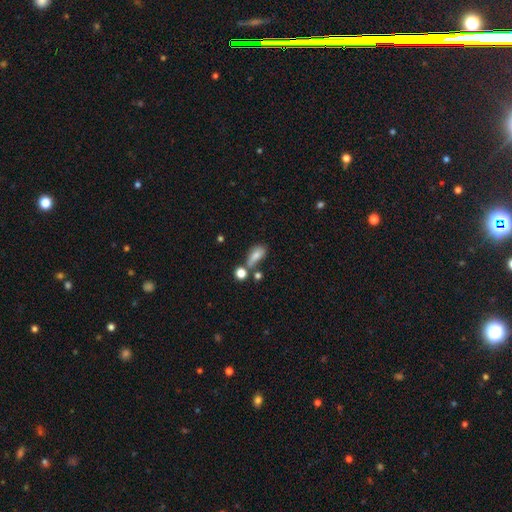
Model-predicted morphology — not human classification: Smooth or featured?
  - smooth: 72% *
  - featured or disk: 17%
  - star or artifact: 11%
How rounded?
  - in between: 78% *
  - cigar-shaped: 11%
  - round: 11%
Merging?
  - none: 40% *
  - merger: 27%
  - minor disturbance: 21%
  - major disturbance: 12%